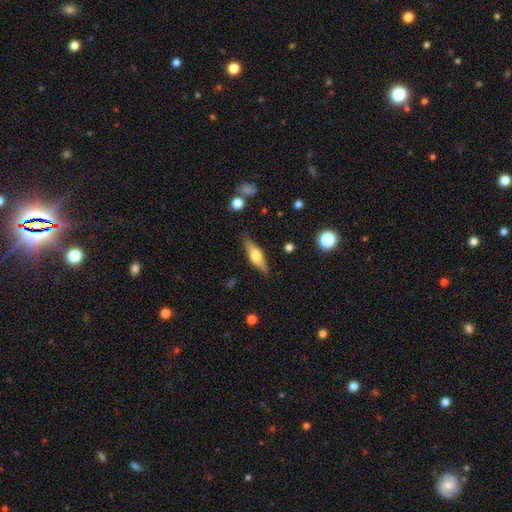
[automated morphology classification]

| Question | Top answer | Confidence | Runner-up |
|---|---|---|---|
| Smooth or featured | smooth | 52% | featured or disk (42%) |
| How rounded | cigar-shaped | 53% | in between (45%) |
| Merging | none | 85% | minor disturbance (11%) |